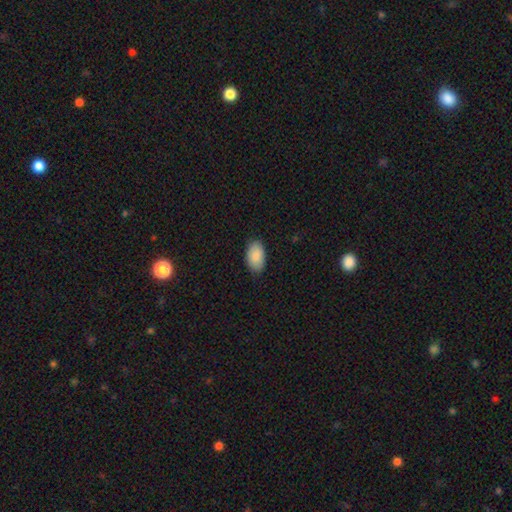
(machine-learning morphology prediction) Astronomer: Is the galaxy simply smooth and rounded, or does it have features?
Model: smooth — 89%.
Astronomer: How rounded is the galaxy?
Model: in between — 94%.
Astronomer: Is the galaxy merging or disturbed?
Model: none — 85%.